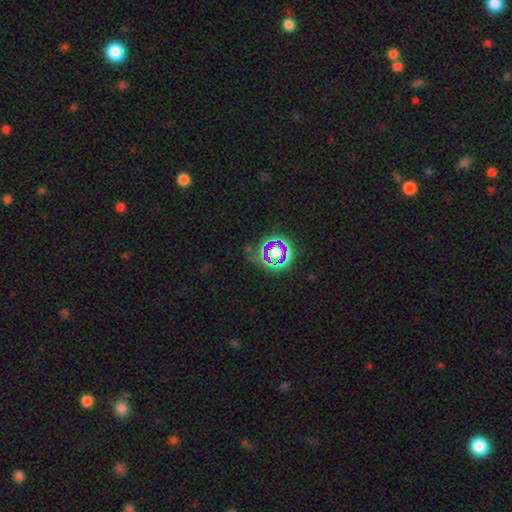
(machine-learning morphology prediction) A star or artifact, not a galaxy (73%).

Vote fractions:
- Smooth or featured? star or artifact: 73% / smooth: 16% / featured or disk: 11%